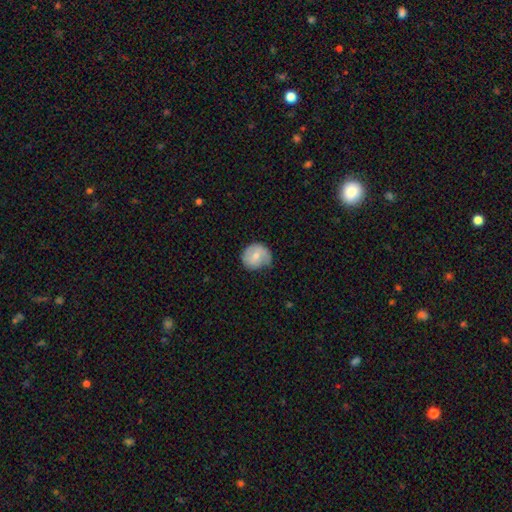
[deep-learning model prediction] A smooth galaxy with no disk features (59%) that is round (83%).

Vote fractions:
- Smooth or featured? smooth: 59% / featured or disk: 35% / star or artifact: 6%
- How rounded? round: 83% / in between: 16% / cigar-shaped: 1%
- Merging? none: 57% / minor disturbance: 32% / major disturbance: 9% / merger: 1%